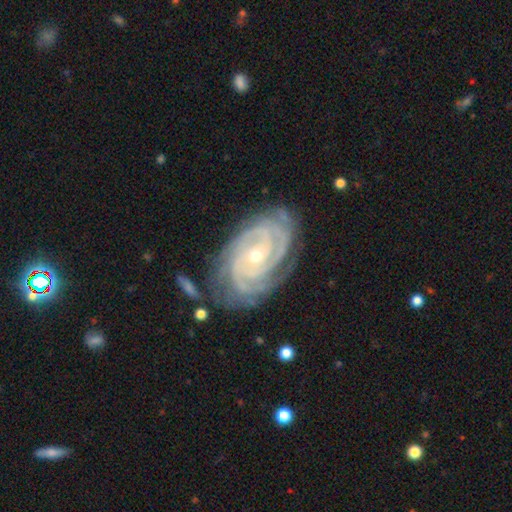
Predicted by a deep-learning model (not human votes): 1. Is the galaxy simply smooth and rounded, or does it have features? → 92% featured or disk, 4% star or artifact, 4% smooth.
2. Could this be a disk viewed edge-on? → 97% no, 3% yes.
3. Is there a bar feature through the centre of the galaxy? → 69% no, 22% weak, 9% strong.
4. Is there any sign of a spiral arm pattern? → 98% yes, 2% no.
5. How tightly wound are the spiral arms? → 81% tight, 17% medium, 2% loose.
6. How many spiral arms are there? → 31% 4, 30% 3, 13% can't tell, 12% 2, 8% more than 4, 5% 1.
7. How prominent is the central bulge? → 68% small, 29% moderate, 1% large, 1% none, 1% dominant.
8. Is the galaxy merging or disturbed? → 74% none, 18% minor disturbance, 5% major disturbance, 2% merger.